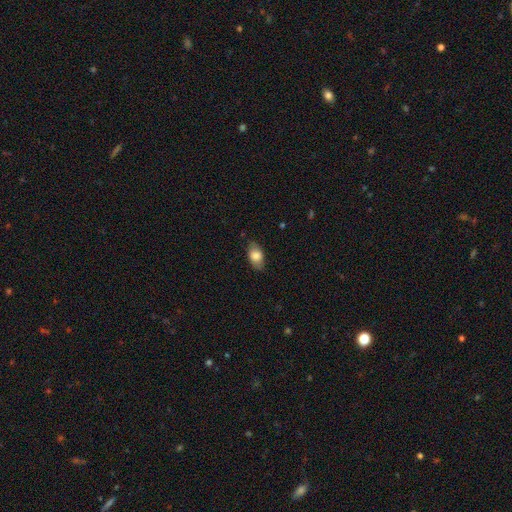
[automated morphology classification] Smooth or featured? Predicted: smooth (p=0.80). How rounded? Predicted: in between (p=0.90). Merging? Predicted: none (p=0.82).